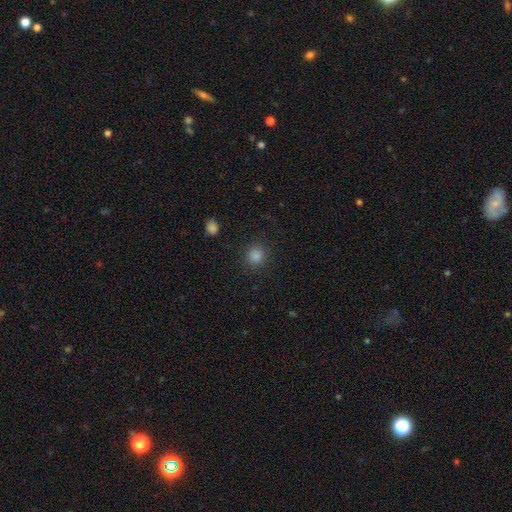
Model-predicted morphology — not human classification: Q: Smooth or featured?
A: smooth (82%); runner-up: star or artifact (14%)
Q: How rounded?
A: round (88%); runner-up: in between (11%)
Q: Merging?
A: none (88%); runner-up: minor disturbance (7%)